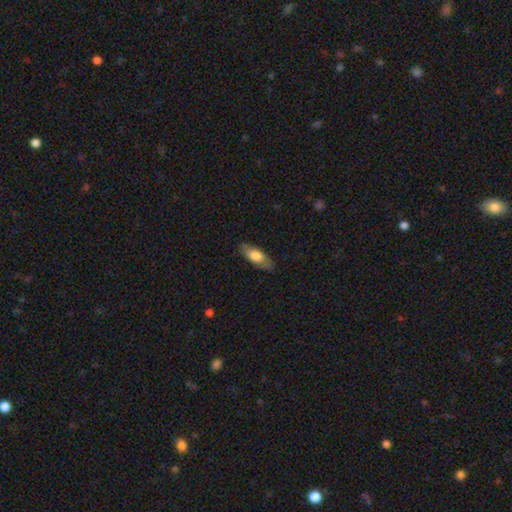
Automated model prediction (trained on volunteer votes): Smooth or featured: smooth — 68% (featured or disk — 26%)
How rounded: in between — 72% (cigar-shaped — 26%)
Merging: none — 83% (minor disturbance — 13%)